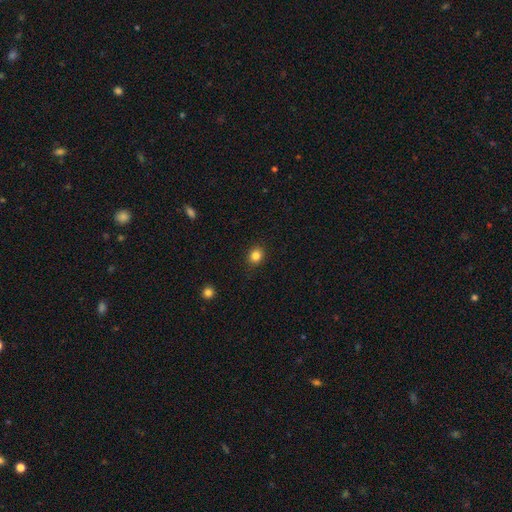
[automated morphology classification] Overall: smooth (84%). How rounded: round (67%; in between 32%). Merging: none (89%).